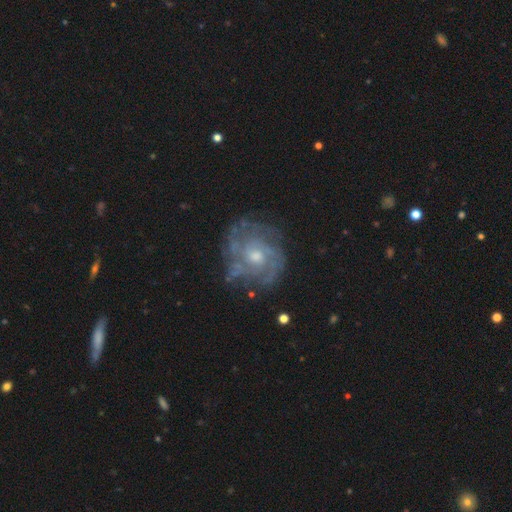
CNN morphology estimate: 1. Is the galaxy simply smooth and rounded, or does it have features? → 82% featured or disk, 11% smooth, 7% star or artifact.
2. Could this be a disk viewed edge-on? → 97% no, 3% yes.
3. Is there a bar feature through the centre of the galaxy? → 75% no, 22% weak, 3% strong.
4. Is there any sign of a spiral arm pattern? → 89% yes, 11% no.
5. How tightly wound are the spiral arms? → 57% tight, 33% medium, 10% loose.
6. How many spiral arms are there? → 40% can't tell, 20% 3, 15% 2, 13% 4, 7% more than 4, 6% 1.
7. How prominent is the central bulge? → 60% moderate, 32% small, 4% large, 2% none, 1% dominant.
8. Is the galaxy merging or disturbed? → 71% none, 17% minor disturbance, 10% major disturbance, 2% merger.